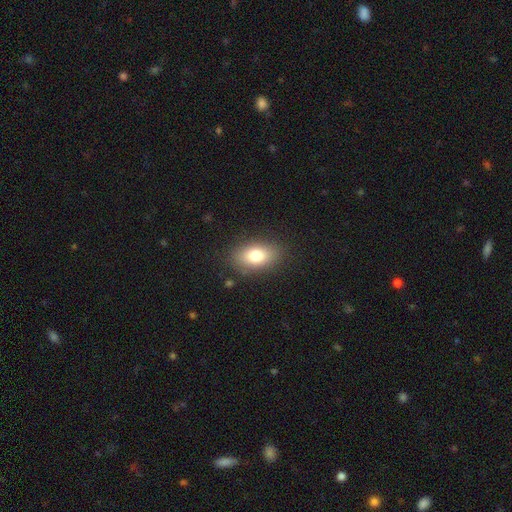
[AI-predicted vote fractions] Overall: smooth (77%). How rounded: in between (87%). Merging: none (84%).